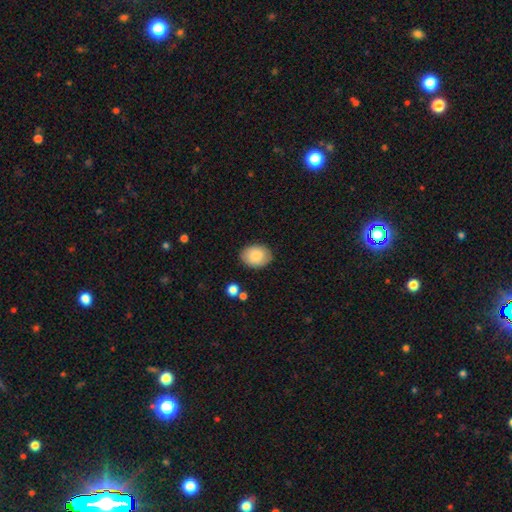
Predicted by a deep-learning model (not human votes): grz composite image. It shows a smooth galaxy with no disk features (85%) that is in between round and cigar-shaped (71%). Merging: none (84%).